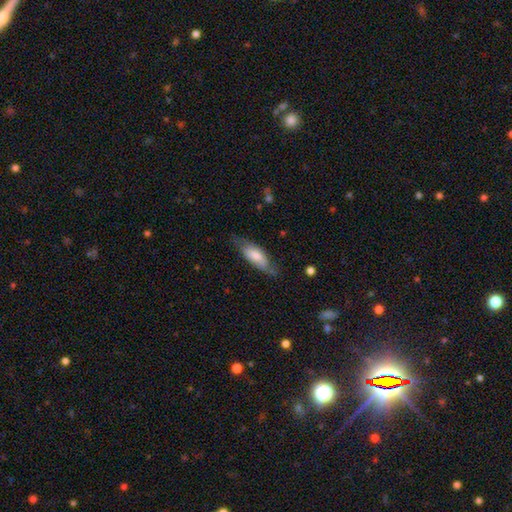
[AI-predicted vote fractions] smooth-or-featured: smooth: 62% | featured or disk: 32% | star or artifact: 6%
  how-rounded: in between: 65% | cigar-shaped: 33% | round: 2%
  merging: none: 64% | minor disturbance: 26% | major disturbance: 9% | merger: 2%